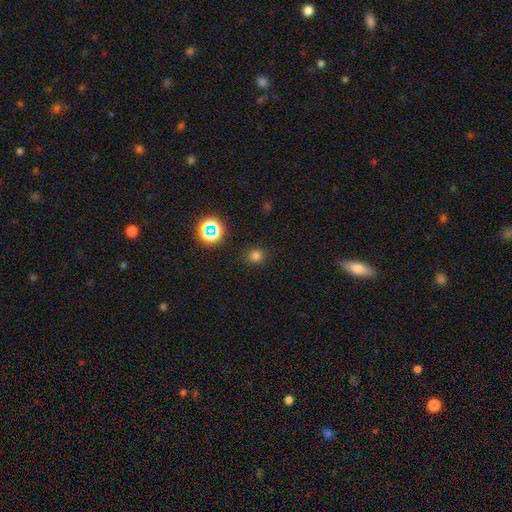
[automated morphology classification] The model was most divided on "smooth or featured": smooth: 74%, star or artifact: 21%, featured or disk: 5%. More confident: merging — none (87%); how rounded — round (85%).